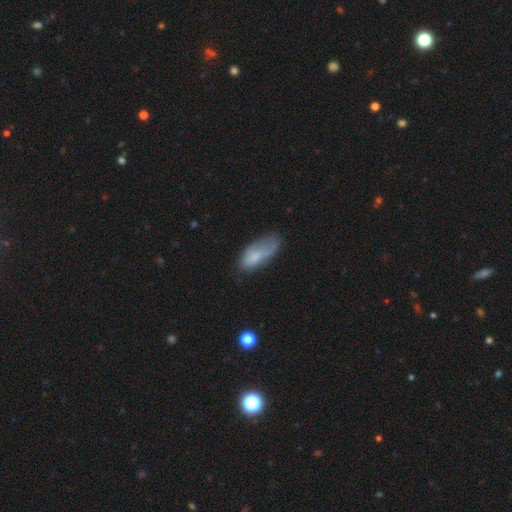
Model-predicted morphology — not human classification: A smooth galaxy with no disk features (71%) that is in between round and cigar-shaped (82%). Merging: none (44%).